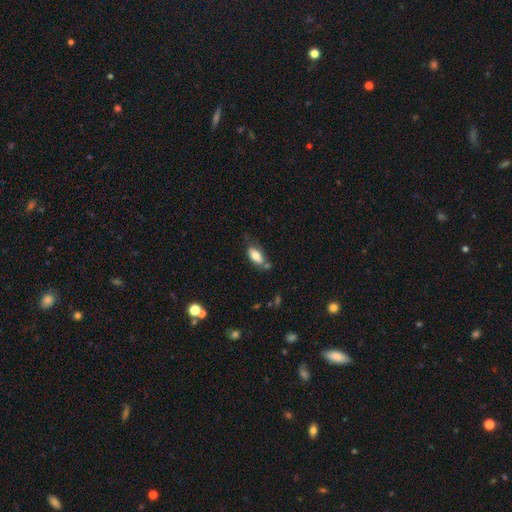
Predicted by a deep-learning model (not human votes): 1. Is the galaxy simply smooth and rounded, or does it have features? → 74% smooth, 19% featured or disk, 7% star or artifact.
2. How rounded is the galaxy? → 86% in between, 11% cigar-shaped, 3% round.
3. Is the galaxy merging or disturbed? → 57% none, 23% minor disturbance, 14% merger, 6% major disturbance.